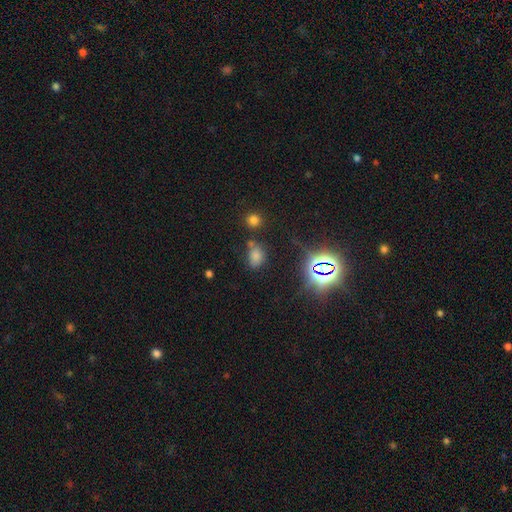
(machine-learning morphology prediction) type=smooth (60%); roundness=in between (76%); merging=none (57%).